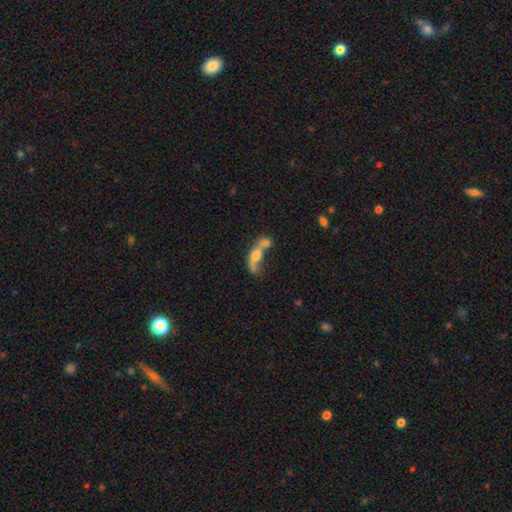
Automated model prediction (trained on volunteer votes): smooth_or_featured: smooth (p=0.45) [alt: featured or disk p=0.44]
merging: merger (p=0.59) [alt: major disturbance p=0.17]